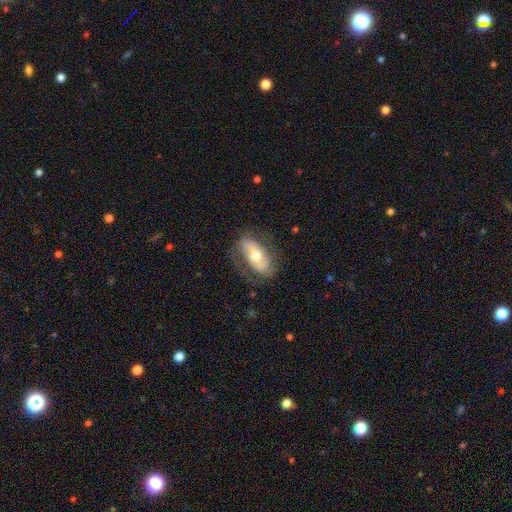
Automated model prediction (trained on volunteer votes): A featured or disk galaxy (50%).

Vote fractions:
- Smooth or featured? featured or disk: 50% / smooth: 44% / star or artifact: 7%
- Merging? none: 71% / minor disturbance: 19% / major disturbance: 8% / merger: 1%